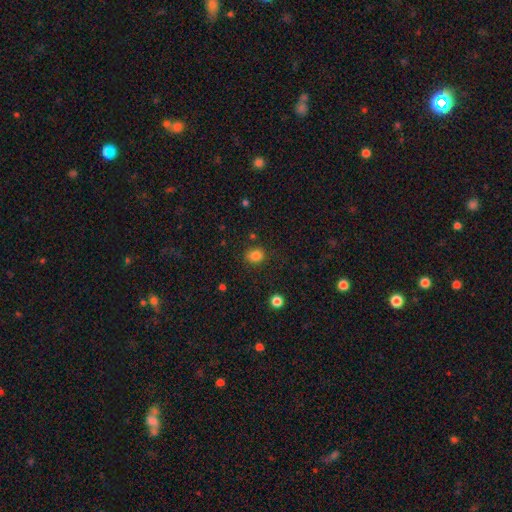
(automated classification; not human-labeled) Morphology: type=smooth (83%); roundness=round (63%); merging=none (81%).